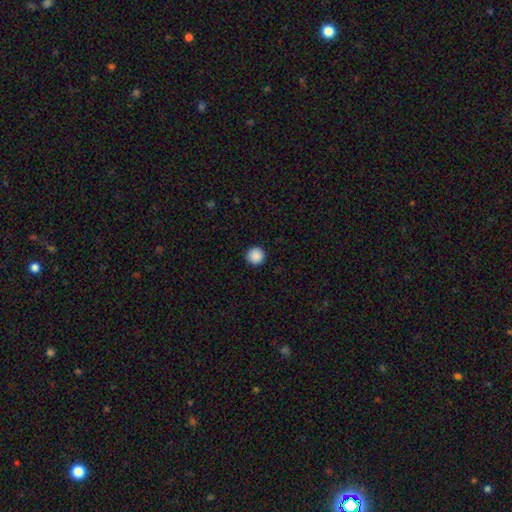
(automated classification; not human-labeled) Morphology: type=smooth (89%); roundness=round (96%); merging=none (93%).